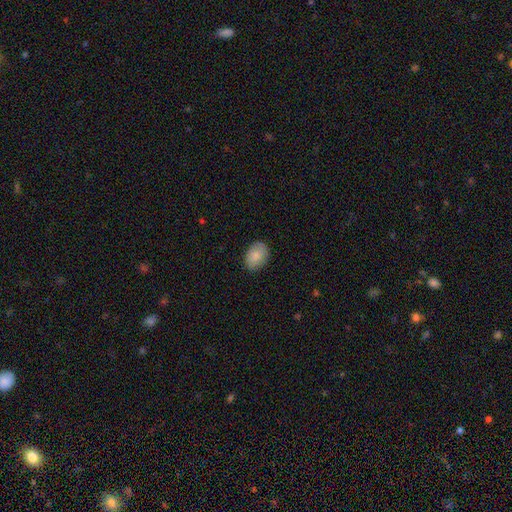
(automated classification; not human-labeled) smooth-or-featured: smooth: 84% | featured or disk: 9% | star or artifact: 7%
  how-rounded: in between: 80% | round: 19% | cigar-shaped: 1%
  merging: none: 85% | minor disturbance: 11% | major disturbance: 2% | merger: 1%